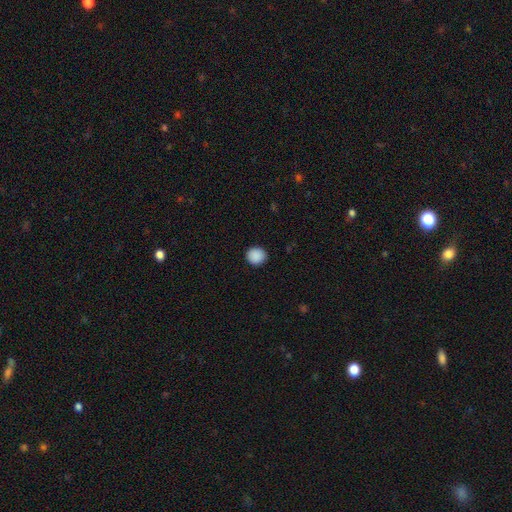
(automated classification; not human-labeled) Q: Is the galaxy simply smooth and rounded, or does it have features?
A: smooth — 90%.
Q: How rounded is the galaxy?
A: round — 85%.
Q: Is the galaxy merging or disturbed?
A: none — 91%.